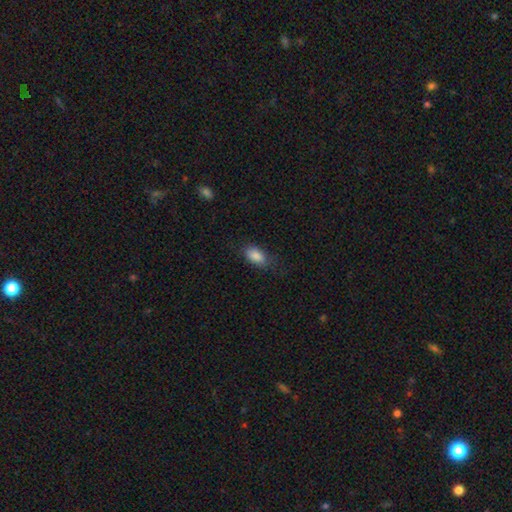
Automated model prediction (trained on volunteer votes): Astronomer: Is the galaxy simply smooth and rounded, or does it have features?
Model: smooth — 87%.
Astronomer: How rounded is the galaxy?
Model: in between — 91%.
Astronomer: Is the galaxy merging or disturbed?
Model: none — 75%.